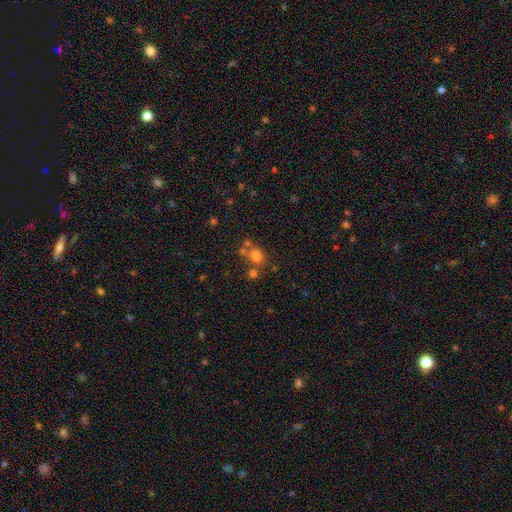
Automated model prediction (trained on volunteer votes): smooth 74%, star or artifact 17%, featured or disk 9%. Down the decision tree: how rounded — round (56%); merging — none (58%).